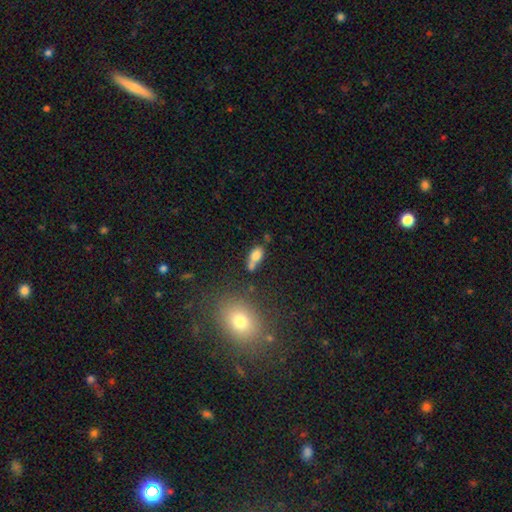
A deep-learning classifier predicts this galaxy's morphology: Smooth or featured? smooth (76%)
How rounded? in between (83%)
Merging? none (40%)